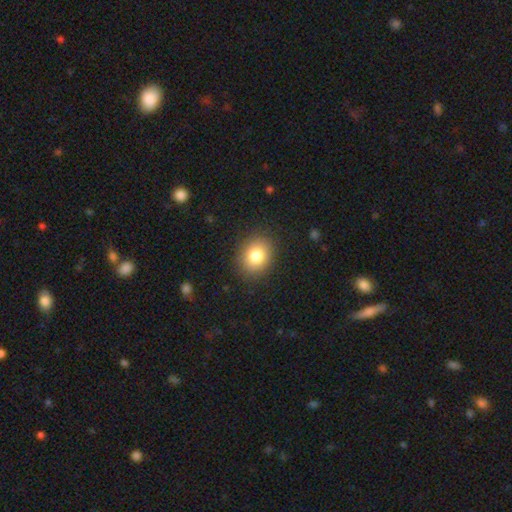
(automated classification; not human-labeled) A smooth galaxy with no disk features (82%) that is round (52%).

Vote fractions:
- Smooth or featured? smooth: 82% / star or artifact: 9% / featured or disk: 8%
- How rounded? round: 52% / in between: 48% / cigar-shaped: 1%
- Merging? none: 88% / minor disturbance: 8% / major disturbance: 3% / merger: 1%